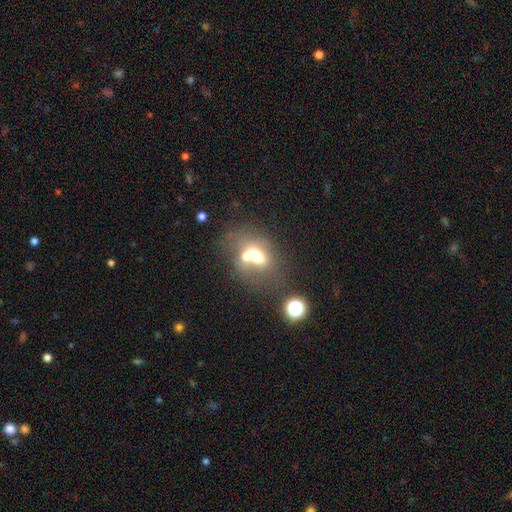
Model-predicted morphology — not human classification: Smooth or featured? Predicted: smooth (p=0.59). How rounded? Predicted: in between (p=0.64). Merging? Predicted: merger (p=0.53).